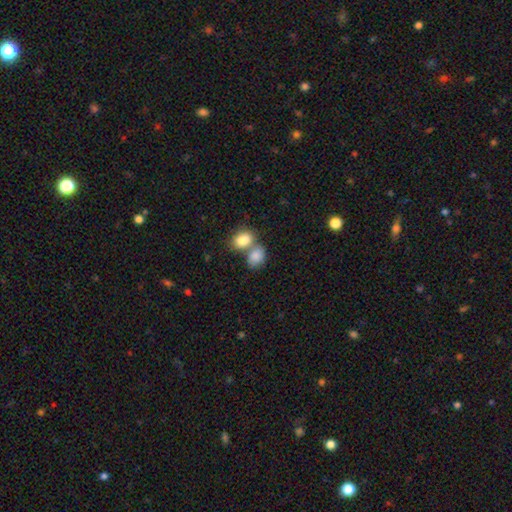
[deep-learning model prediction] smooth 84%, featured or disk 8%, star or artifact 8%. Down the decision tree: how rounded — in between (68%); merging — merger (58%).